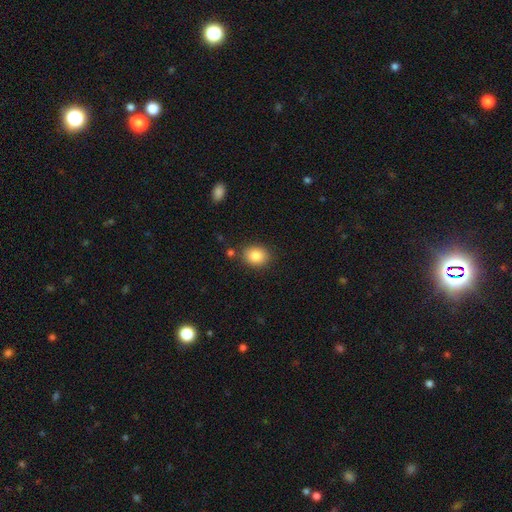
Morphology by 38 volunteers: A smooth galaxy with no disk features (84%) that is round (66%). Merging: none (89%).